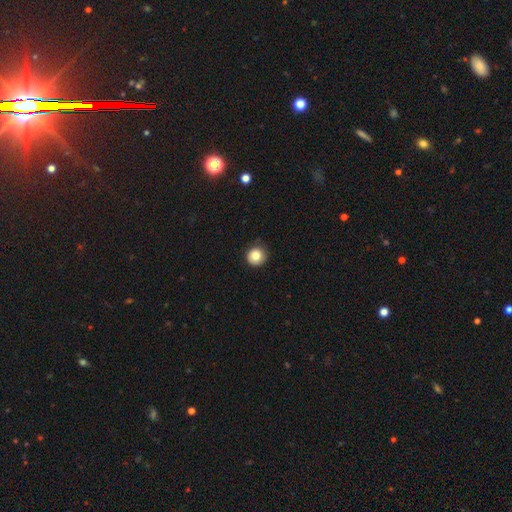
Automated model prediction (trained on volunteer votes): Smooth or featured: smooth — 82% (star or artifact — 10%)
How rounded: round — 94% (in between — 5%)
Merging: none — 84% (minor disturbance — 12%)